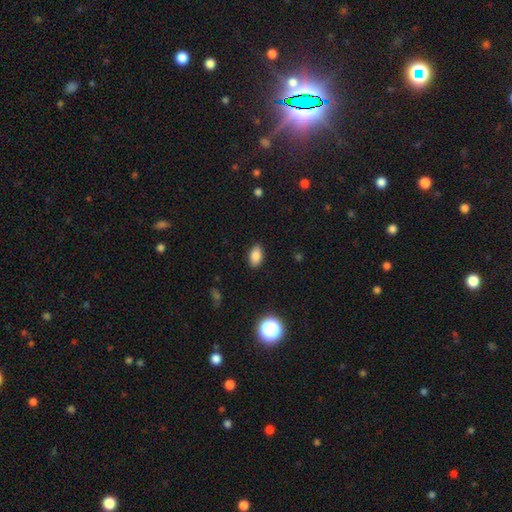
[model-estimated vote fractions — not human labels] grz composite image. It shows a smooth galaxy with no disk features (85%) that is in between round and cigar-shaped (91%). Merging: none (87%).